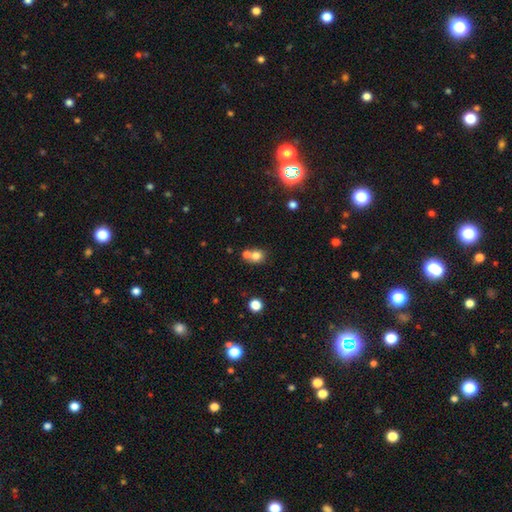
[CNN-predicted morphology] Overall: smooth (75%). How rounded: round (78%). Merging: none (47%; merger 43%).